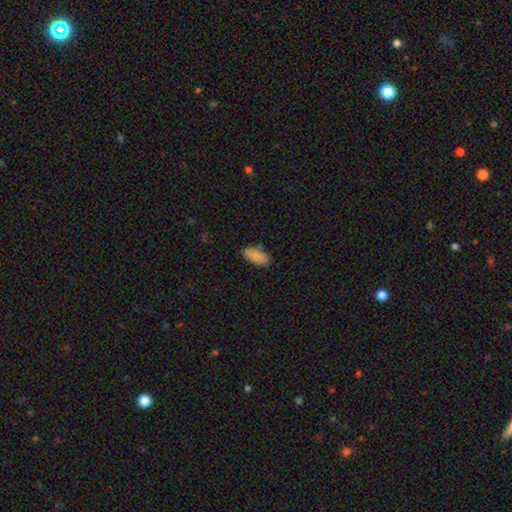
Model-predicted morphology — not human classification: Smooth or featured?
  - smooth: 86% *
  - star or artifact: 7%
  - featured or disk: 7%
How rounded?
  - in between: 91% *
  - cigar-shaped: 7%
  - round: 2%
Merging?
  - none: 74% *
  - minor disturbance: 18%
  - merger: 4%
  - major disturbance: 4%